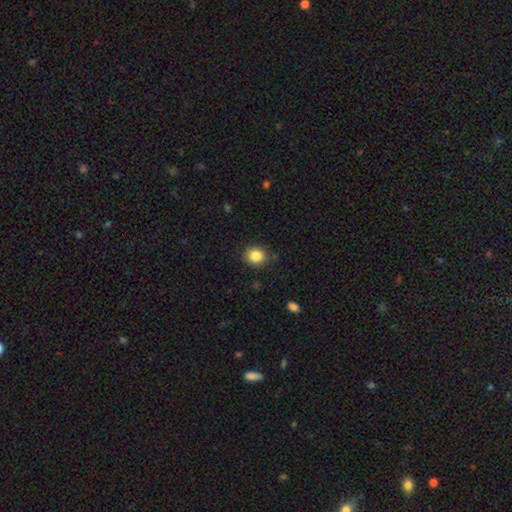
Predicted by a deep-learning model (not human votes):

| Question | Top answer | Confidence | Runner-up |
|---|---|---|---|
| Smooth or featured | smooth | 85% | star or artifact (10%) |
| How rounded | round | 73% | in between (26%) |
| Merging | none | 86% | minor disturbance (10%) |